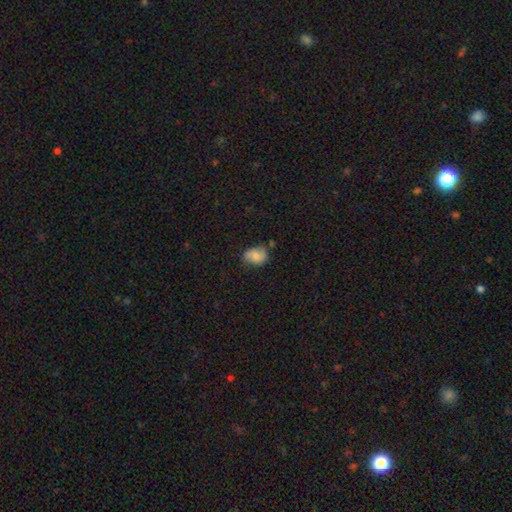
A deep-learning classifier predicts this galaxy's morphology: Smooth or featured?
  - smooth: 70% *
  - featured or disk: 21%
  - star or artifact: 9%
How rounded?
  - in between: 67% *
  - round: 32%
  - cigar-shaped: 1%
Merging?
  - none: 57% *
  - minor disturbance: 30%
  - major disturbance: 8%
  - merger: 5%